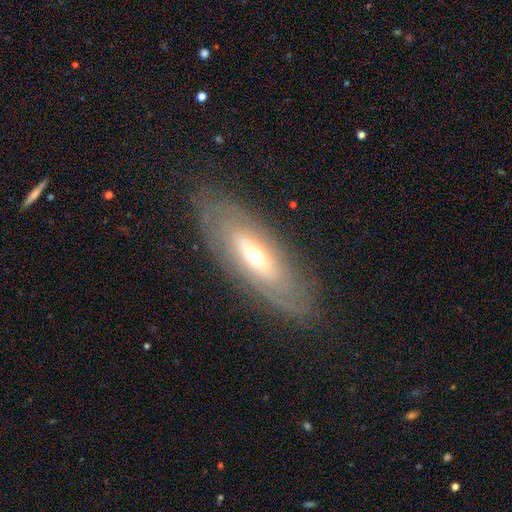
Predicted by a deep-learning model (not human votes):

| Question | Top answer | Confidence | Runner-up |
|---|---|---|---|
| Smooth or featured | featured or disk | 64% | smooth (29%) |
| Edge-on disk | no | 73% | yes (27%) |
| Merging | none | 79% | minor disturbance (14%) |